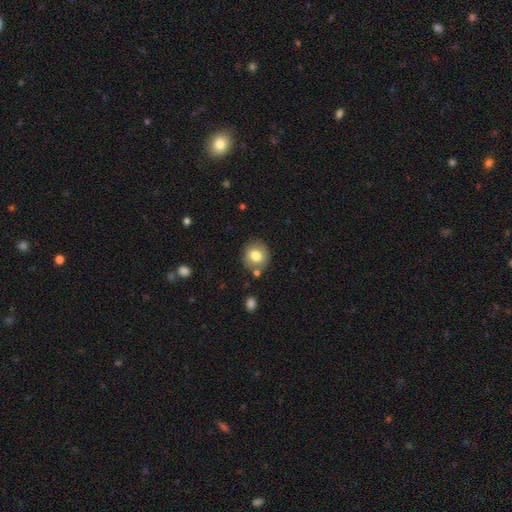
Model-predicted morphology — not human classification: This appears to be a smooth galaxy with no disk features (78%) that is round (84%). Merging: none (79%).